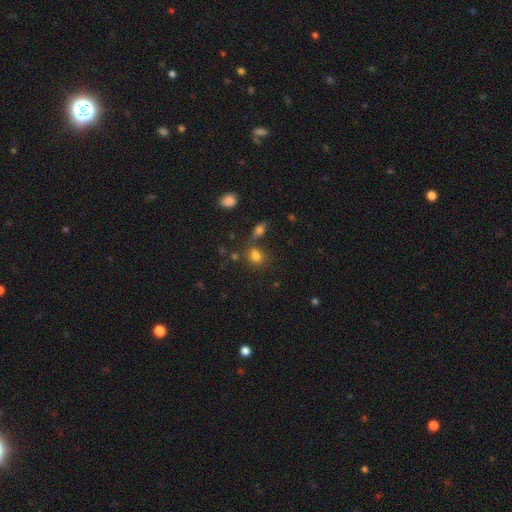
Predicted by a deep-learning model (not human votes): smooth 78%, star or artifact 14%, featured or disk 8%. Down the decision tree: how rounded — in between (52%); merging — none (59%).